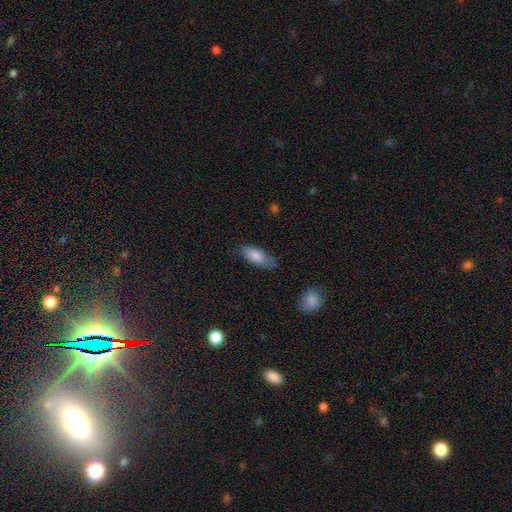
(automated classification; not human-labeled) smooth-or-featured: smooth: 83% | featured or disk: 11% | star or artifact: 6%
  how-rounded: in between: 81% | cigar-shaped: 17% | round: 2%
  merging: none: 69% | minor disturbance: 24% | major disturbance: 5% | merger: 2%